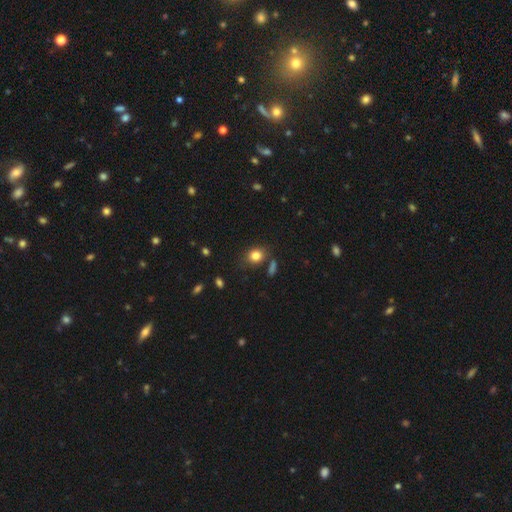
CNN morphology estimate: type=smooth (82%); roundness=round (55%); merging=none (76%).